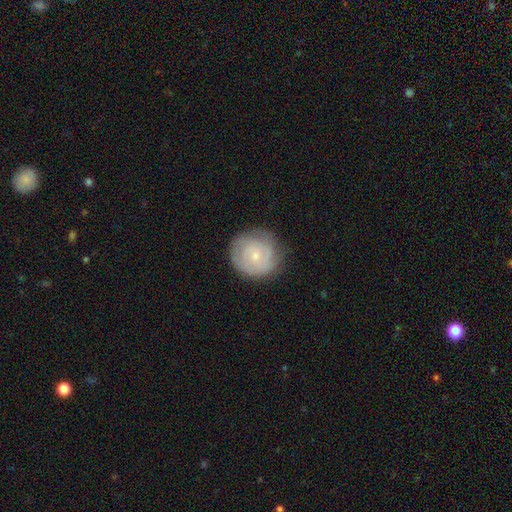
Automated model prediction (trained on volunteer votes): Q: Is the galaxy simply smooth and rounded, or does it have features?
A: featured or disk — 51%.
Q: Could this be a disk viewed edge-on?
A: no — 97%.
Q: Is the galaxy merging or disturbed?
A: none — 76%.